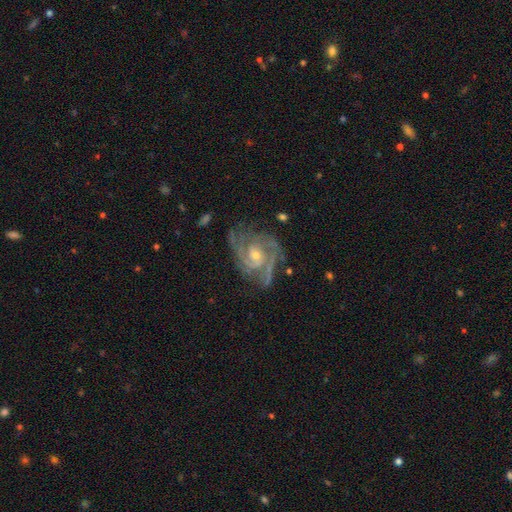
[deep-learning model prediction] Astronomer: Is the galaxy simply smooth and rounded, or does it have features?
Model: featured or disk — 90%.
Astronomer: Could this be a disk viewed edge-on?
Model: no — 98%.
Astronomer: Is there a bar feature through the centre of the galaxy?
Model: no — 61%.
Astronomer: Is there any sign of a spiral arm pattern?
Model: yes — 98%.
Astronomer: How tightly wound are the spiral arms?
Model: tight — 51% (runner-up: medium, 42%).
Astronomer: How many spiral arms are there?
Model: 3 — 35%, tied with 2 at 35%.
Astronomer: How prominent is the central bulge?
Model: small — 50% (runner-up: moderate, 46%).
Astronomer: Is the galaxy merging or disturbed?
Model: none — 68%.